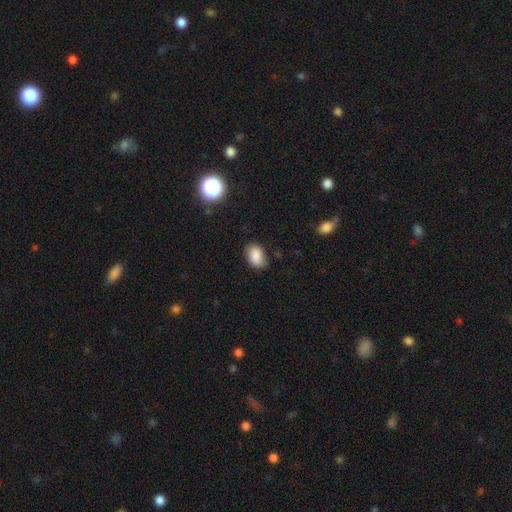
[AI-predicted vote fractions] This is clearly a smooth galaxy (84%). How rounded: clearly in between (83%). Merging: likely none (70%).